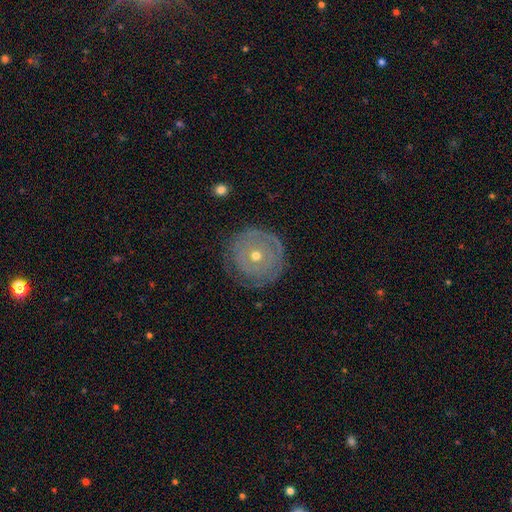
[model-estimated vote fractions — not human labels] Smooth or featured? Predicted: featured or disk (p=0.63). Edge-on disk? Predicted: no (p=0.96). Bar? Predicted: no (p=0.89). Spiral arms? Predicted: yes (p=0.55). Bulge size? Predicted: small (p=0.51). Merging? Predicted: none (p=0.76).